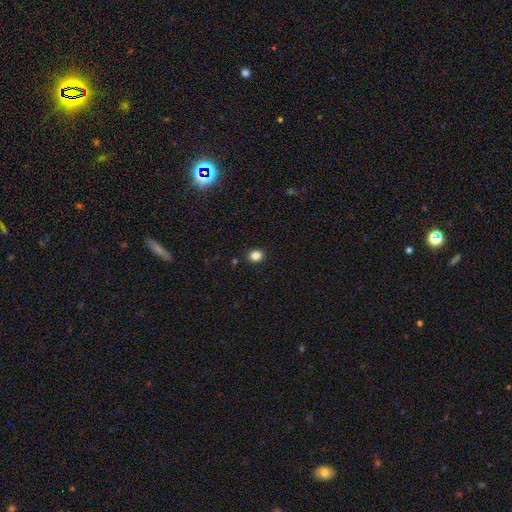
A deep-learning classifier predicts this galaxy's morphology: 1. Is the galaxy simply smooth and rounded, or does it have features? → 84% smooth, 12% star or artifact, 4% featured or disk.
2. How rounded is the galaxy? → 64% round, 35% in between, 1% cigar-shaped.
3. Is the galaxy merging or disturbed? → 90% none, 7% minor disturbance, 2% major disturbance, 2% merger.